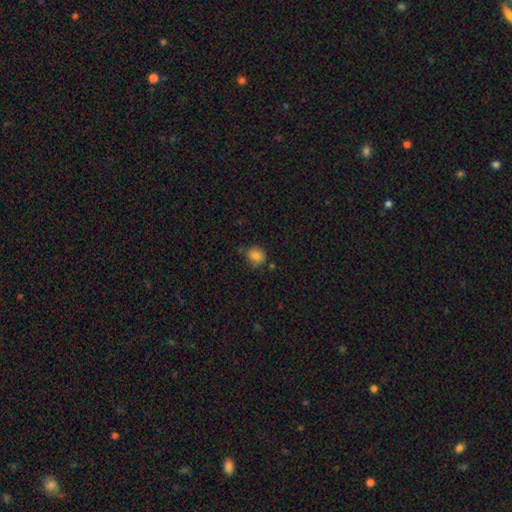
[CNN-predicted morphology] Smooth or featured?
  - smooth: 85% *
  - star or artifact: 10%
  - featured or disk: 5%
How rounded?
  - round: 77% *
  - in between: 22%
  - cigar-shaped: 1%
Merging?
  - none: 73% *
  - minor disturbance: 18%
  - merger: 5%
  - major disturbance: 4%